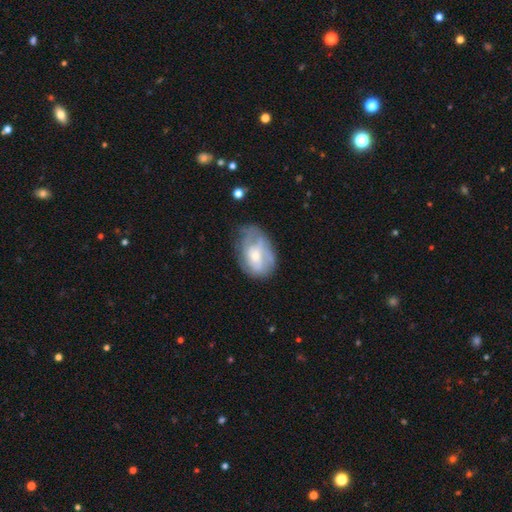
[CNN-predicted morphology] A featured or disk galaxy (59%) with no bar (67%), spiral arms (66%) and a small central bulge (54%).

Vote fractions:
- Smooth or featured? featured or disk: 59% / smooth: 34% / star or artifact: 7%
- Edge-on disk? no: 96% / yes: 4%
- Bar? no: 67% / weak: 28% / strong: 5%
- Spiral arms? yes: 66% / no: 34%
- Bulge size? small: 54% / moderate: 39% / large: 3% / none: 3% / dominant: 1%
- Merging? none: 49% / minor disturbance: 29% / major disturbance: 19% / merger: 3%